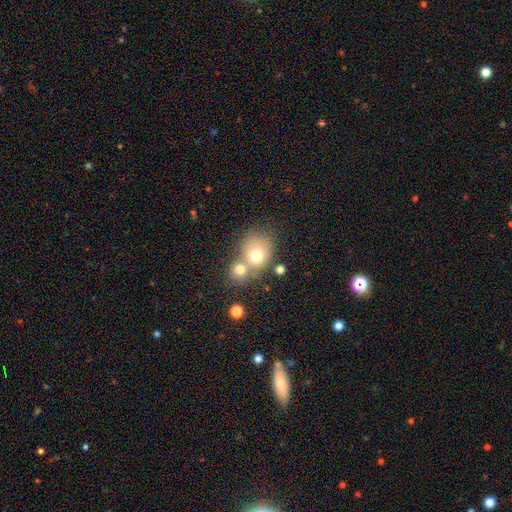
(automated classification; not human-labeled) smooth-or-featured: smooth: 71% | featured or disk: 18% | star or artifact: 12%
  how-rounded: round: 69% | in between: 30% | cigar-shaped: 1%
  merging: merger: 56% | none: 32% | minor disturbance: 8% | major disturbance: 4%